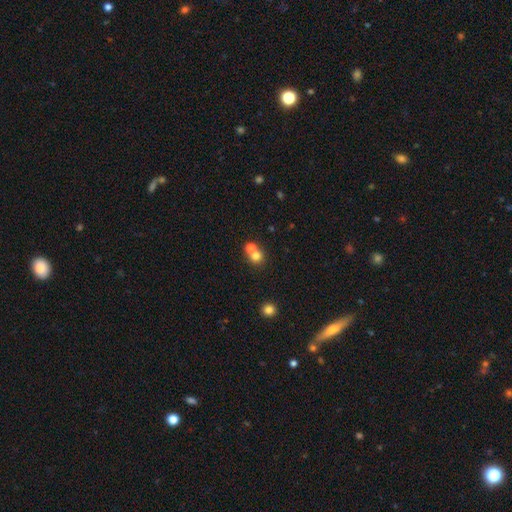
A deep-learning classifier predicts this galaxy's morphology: This appears to be a smooth galaxy with no disk features (74%) that is round (85%). Merging: merger (46%, tied with none).